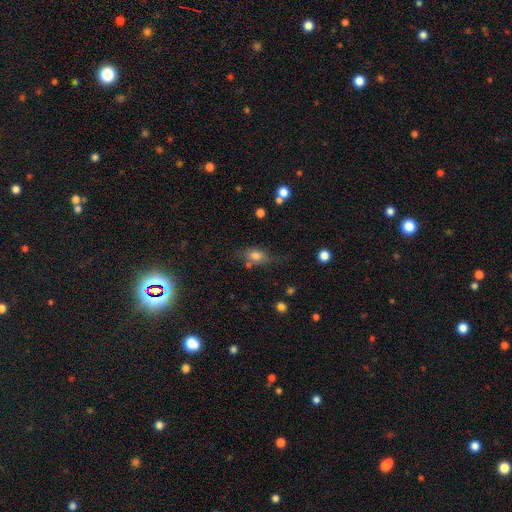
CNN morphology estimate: This appears to be a smooth galaxy with no disk features (77%) that is in between round and cigar-shaped (77%). Merging: none (58%).